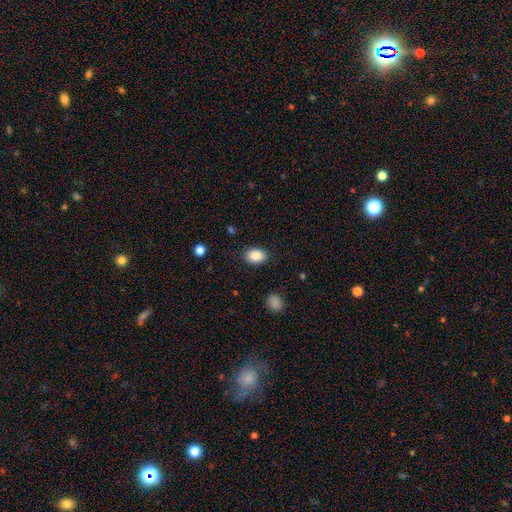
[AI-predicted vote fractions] smooth-or-featured: smooth: 89% | star or artifact: 7% | featured or disk: 4%
  how-rounded: in between: 83% | round: 16% | cigar-shaped: 1%
  merging: none: 86% | minor disturbance: 10% | major disturbance: 3% | merger: 1%